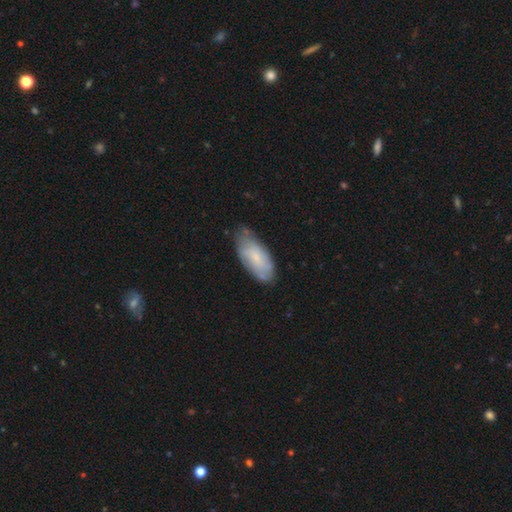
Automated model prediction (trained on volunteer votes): Q: Smooth or featured?
A: smooth (62%); runner-up: featured or disk (30%)
Q: How rounded?
A: in between (87%); runner-up: cigar-shaped (11%)
Q: Merging?
A: none (69%); runner-up: minor disturbance (24%)